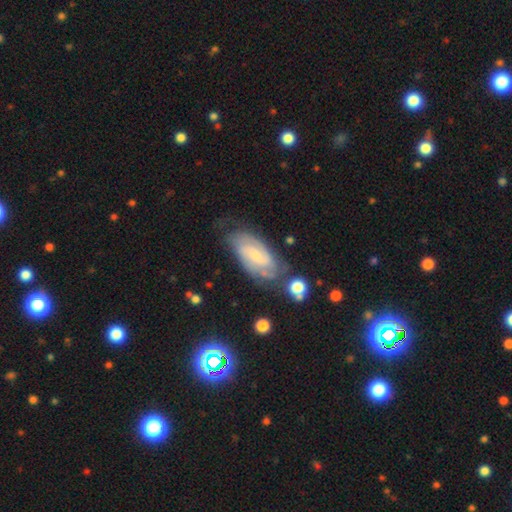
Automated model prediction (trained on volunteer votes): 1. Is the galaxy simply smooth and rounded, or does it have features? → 77% featured or disk, 16% smooth, 7% star or artifact.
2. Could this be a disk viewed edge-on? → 94% no, 6% yes.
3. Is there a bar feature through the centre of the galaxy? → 45% no (tied), 45% weak (tied), 10% strong.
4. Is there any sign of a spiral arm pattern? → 95% yes, 5% no.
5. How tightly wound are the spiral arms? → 57% tight, 35% medium, 8% loose.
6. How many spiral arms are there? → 50% 2, 28% can't tell, 13% 3, 4% 4, 3% 1, 3% more than 4.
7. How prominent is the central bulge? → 58% small, 30% moderate, 8% none, 2% large, 1% dominant.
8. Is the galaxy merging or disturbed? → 66% none, 22% minor disturbance, 8% major disturbance, 4% merger.